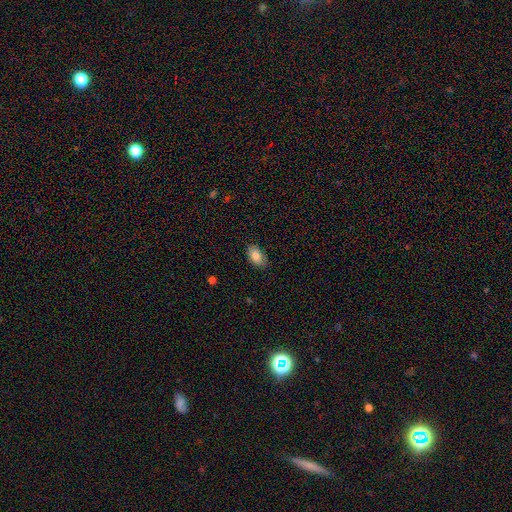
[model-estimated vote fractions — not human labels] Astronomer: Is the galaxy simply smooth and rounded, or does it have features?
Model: smooth — 84%.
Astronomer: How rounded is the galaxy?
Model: in between — 91%.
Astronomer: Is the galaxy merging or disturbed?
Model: none — 81%.